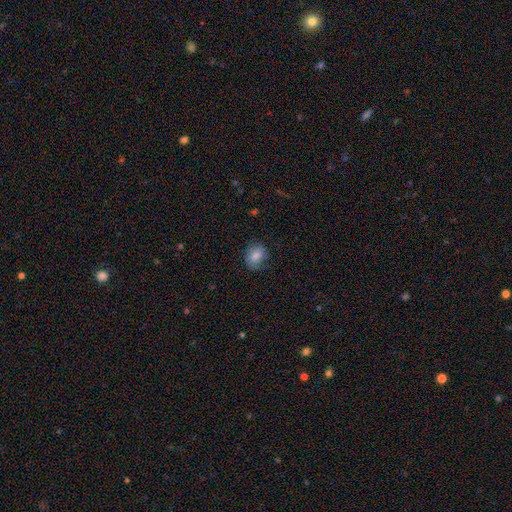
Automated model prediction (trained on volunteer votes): A smooth galaxy with no disk features (78%) that is in between round and cigar-shaped (54%).

Vote fractions:
- Smooth or featured? smooth: 78% / featured or disk: 13% / star or artifact: 9%
- How rounded? in between: 54% / round: 45% / cigar-shaped: 1%
- Merging? none: 73% / minor disturbance: 20% / major disturbance: 6% / merger: 1%